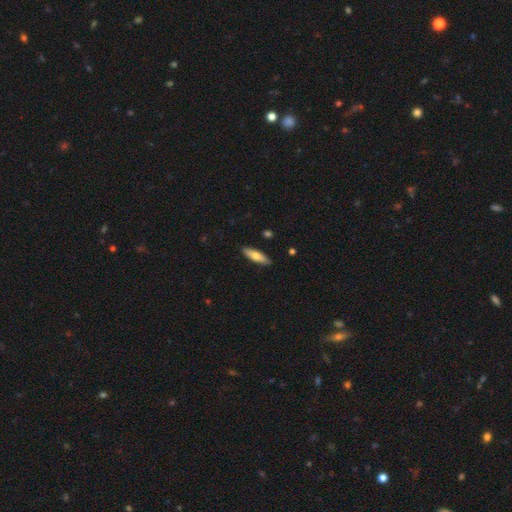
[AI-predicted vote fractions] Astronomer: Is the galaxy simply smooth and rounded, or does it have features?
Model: smooth — 68%.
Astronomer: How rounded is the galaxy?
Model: cigar-shaped — 56% (runner-up: in between, 42%).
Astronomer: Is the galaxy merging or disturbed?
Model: none — 89%.